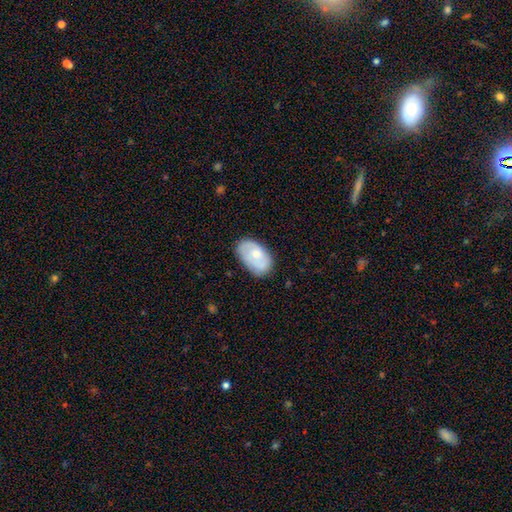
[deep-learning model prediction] smooth 59%, featured or disk 35%, star or artifact 6%. Down the decision tree: how rounded — in between (92%); merging — none (70%).